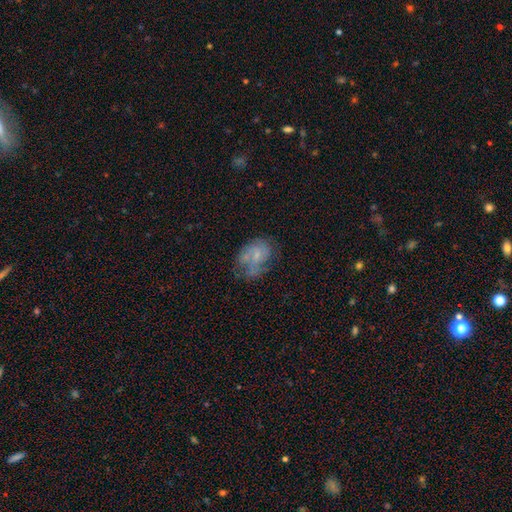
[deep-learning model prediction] This appears to be a featured or disk galaxy (58%) with no bar (61%), spiral arms (72%) and a small central bulge (54%). Merging: none (48%).